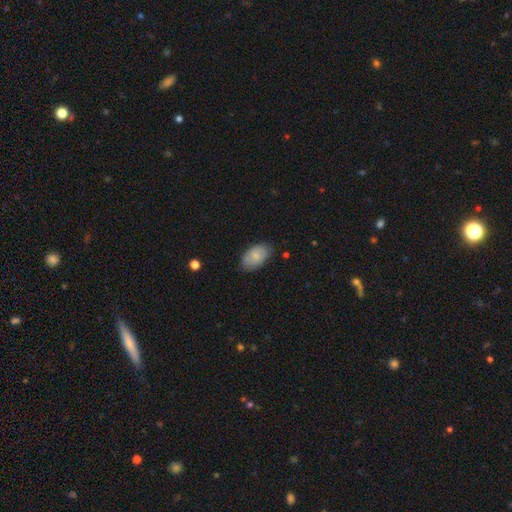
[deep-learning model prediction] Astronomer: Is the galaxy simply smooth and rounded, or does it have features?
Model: smooth — 77%.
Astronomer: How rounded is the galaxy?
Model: in between — 92%.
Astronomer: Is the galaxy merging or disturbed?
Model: none — 75%.